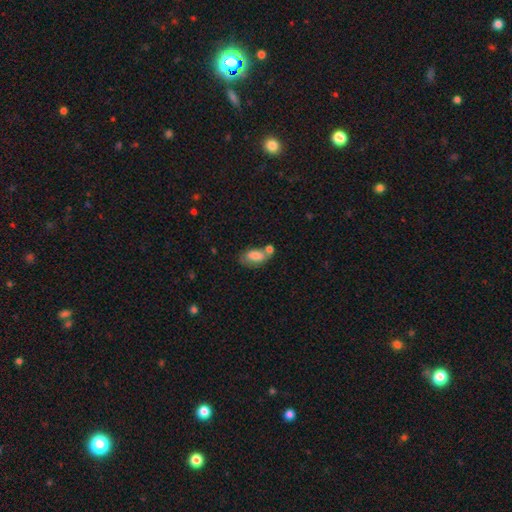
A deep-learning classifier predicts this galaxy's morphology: Overall: smooth (76%). How rounded: in between (91%). Merging: none (37%; merger 36%).